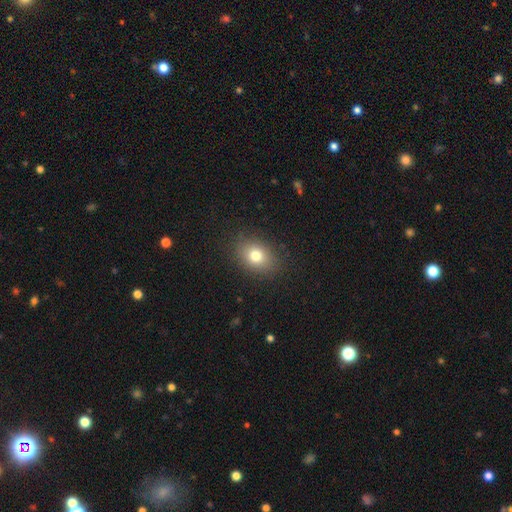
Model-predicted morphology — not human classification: A smooth galaxy with no disk features (77%) that is in between round and cigar-shaped (62%).

Vote fractions:
- Smooth or featured? smooth: 77% / star or artifact: 12% / featured or disk: 11%
- How rounded? in between: 62% / round: 36% / cigar-shaped: 1%
- Merging? none: 86% / minor disturbance: 10% / major disturbance: 3% / merger: 1%